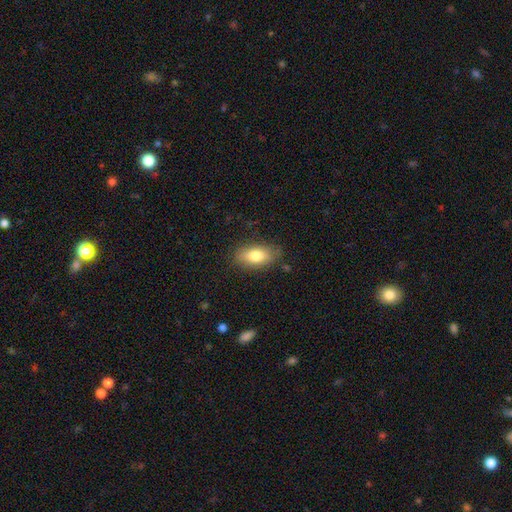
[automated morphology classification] A smooth galaxy with no disk features (80%) that is in between round and cigar-shaped (88%).

Vote fractions:
- Smooth or featured? smooth: 80% / featured or disk: 13% / star or artifact: 7%
- How rounded? in between: 88% / cigar-shaped: 7% / round: 5%
- Merging? none: 82% / minor disturbance: 14% / major disturbance: 3% / merger: 1%